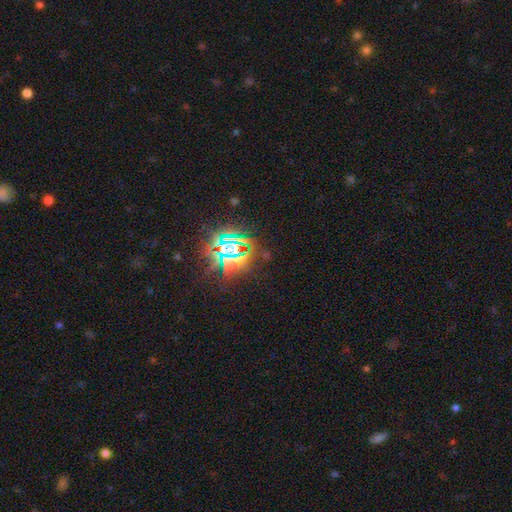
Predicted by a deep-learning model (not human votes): Smooth or featured?
  - star or artifact: 84% *
  - smooth: 10%
  - featured or disk: 6%